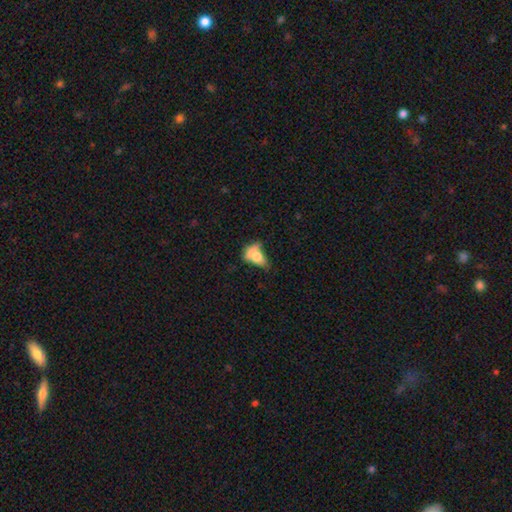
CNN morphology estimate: smooth-or-featured: smooth: 65% | featured or disk: 24% | star or artifact: 11%
  how-rounded: in between: 77% | round: 16% | cigar-shaped: 6%
  merging: merger: 32% | none: 25% | major disturbance: 24% | minor disturbance: 19%